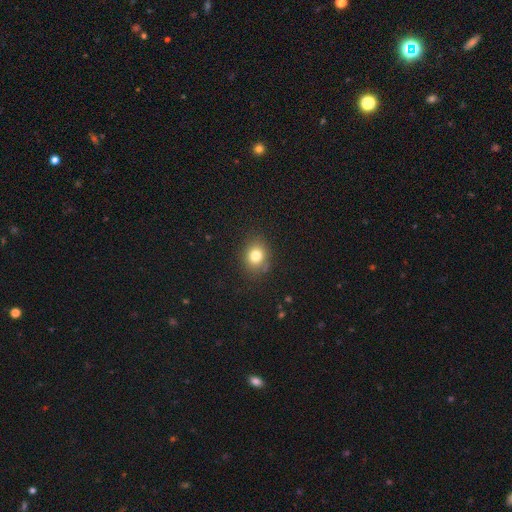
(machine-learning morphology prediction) smooth-or-featured: smooth: 79% | star or artifact: 13% | featured or disk: 9%
  how-rounded: round: 62% | in between: 37% | cigar-shaped: 1%
  merging: none: 82% | minor disturbance: 12% | major disturbance: 4% | merger: 2%